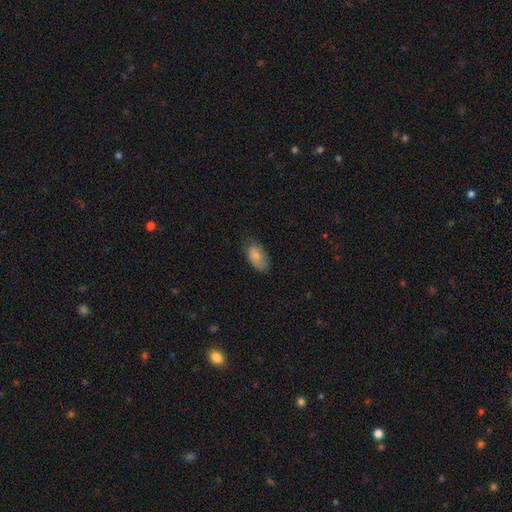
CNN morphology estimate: Smooth or featured? Predicted: smooth (p=0.80). How rounded? Predicted: in between (p=0.93). Merging? Predicted: none (p=0.64).